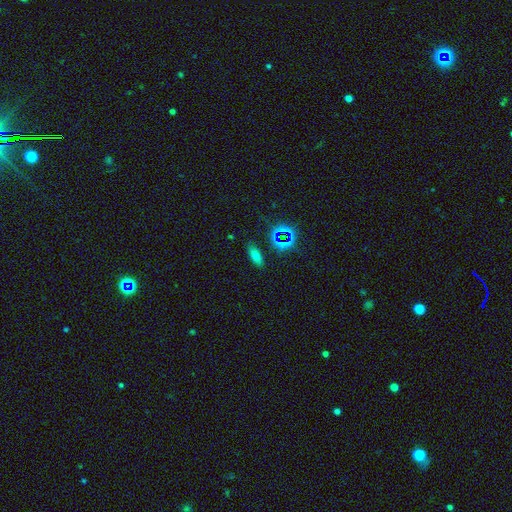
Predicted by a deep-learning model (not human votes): Smooth or featured? smooth (68%)
How rounded? in between (69%)
Merging? none (81%)